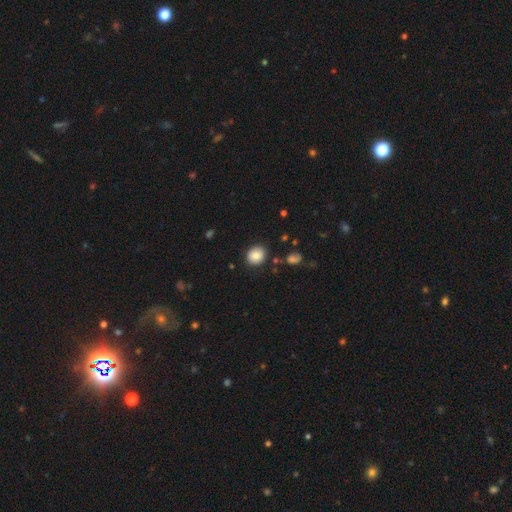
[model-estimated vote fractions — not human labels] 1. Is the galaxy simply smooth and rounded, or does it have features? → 85% smooth, 9% star or artifact, 6% featured or disk.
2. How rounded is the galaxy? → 72% round, 27% in between, 1% cigar-shaped.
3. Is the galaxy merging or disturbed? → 86% none, 9% minor disturbance, 3% major disturbance, 2% merger.